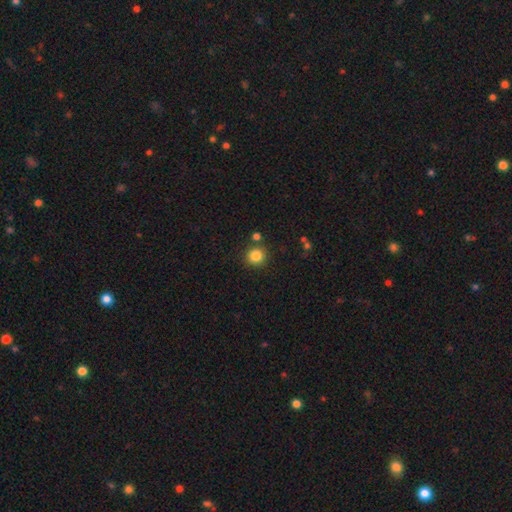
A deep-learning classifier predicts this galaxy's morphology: The model was most divided on "smooth or featured": smooth: 84%, star or artifact: 11%, featured or disk: 5%. More confident: how rounded — round (93%); merging — none (85%).